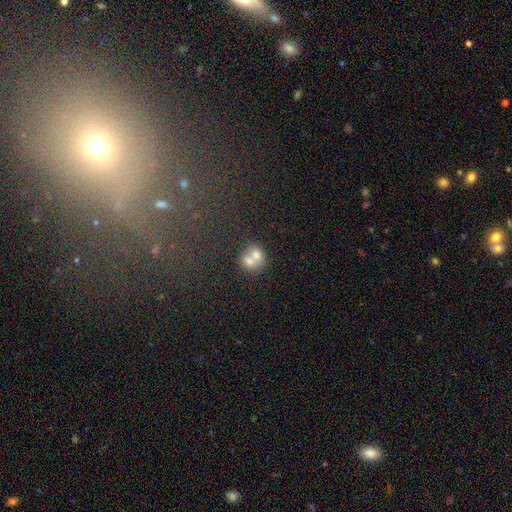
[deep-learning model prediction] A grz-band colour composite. It shows a smooth galaxy with no disk features (65%) that is round (68%). Merging: merger (66%).